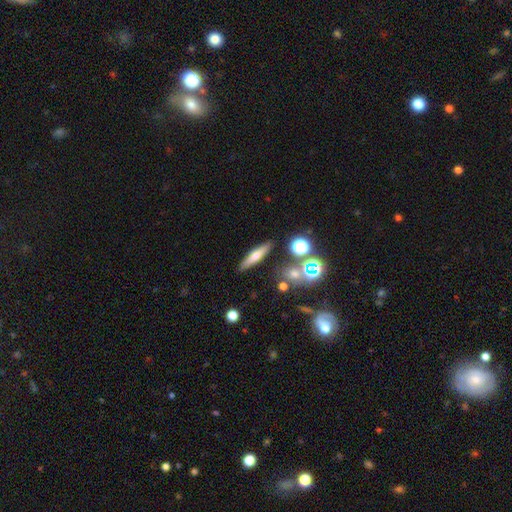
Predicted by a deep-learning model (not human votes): Q: Smooth or featured?
A: smooth (50%); runner-up: featured or disk (40%)
Q: Merging?
A: none (85%); runner-up: minor disturbance (9%)